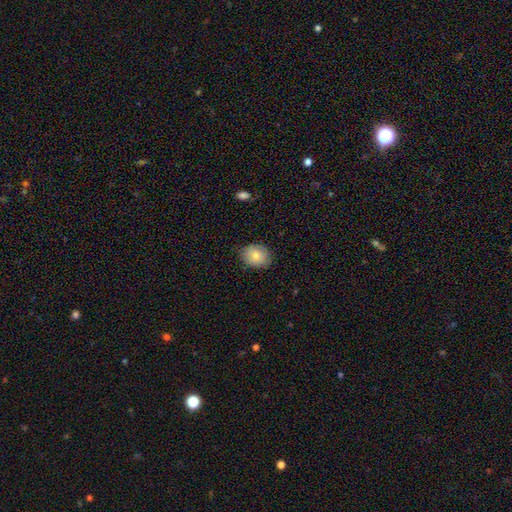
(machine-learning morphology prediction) type=smooth (79%); roundness=in between (50%); merging=none (79%).